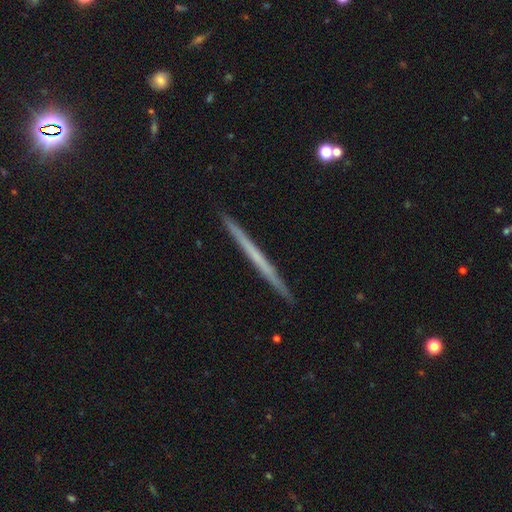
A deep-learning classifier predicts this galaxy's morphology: A featured or disk galaxy (55%) viewed edge-on (98%) with no central bulge (93%). Merging: none (92%).